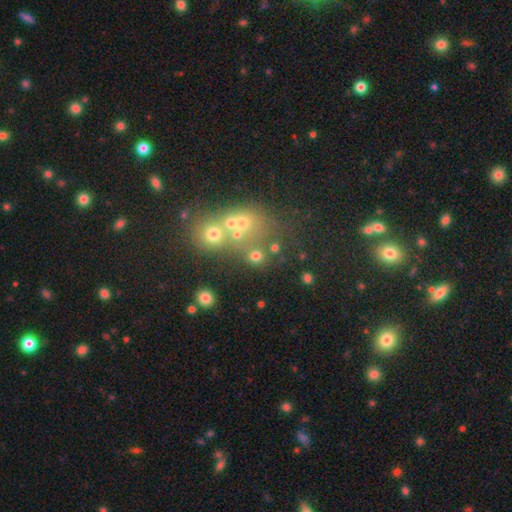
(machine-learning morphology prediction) This is likely a smooth galaxy (67%). How rounded: clearly round (82%). Merging: likely none (62%).